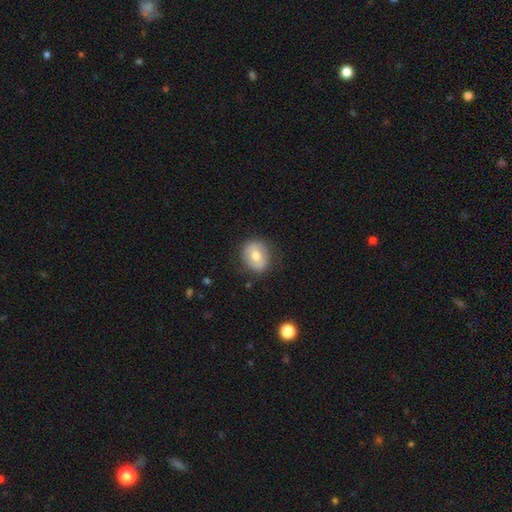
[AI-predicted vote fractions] Smooth or featured? Predicted: smooth (p=0.62). How rounded? Predicted: round (p=0.68). Merging? Predicted: none (p=0.80).